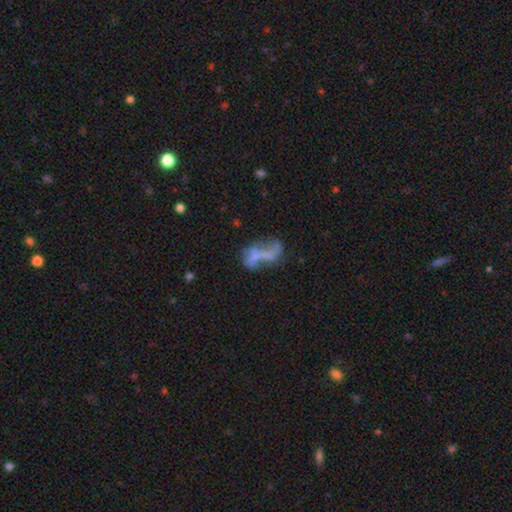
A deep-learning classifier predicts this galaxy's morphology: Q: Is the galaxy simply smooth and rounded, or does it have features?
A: featured or disk — 62%.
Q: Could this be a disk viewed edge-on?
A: no — 95%.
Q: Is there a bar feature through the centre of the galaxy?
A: no — 63%.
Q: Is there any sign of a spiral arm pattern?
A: no — 58%.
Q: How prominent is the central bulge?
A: none — 59%.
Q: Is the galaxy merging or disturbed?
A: none — 34%.